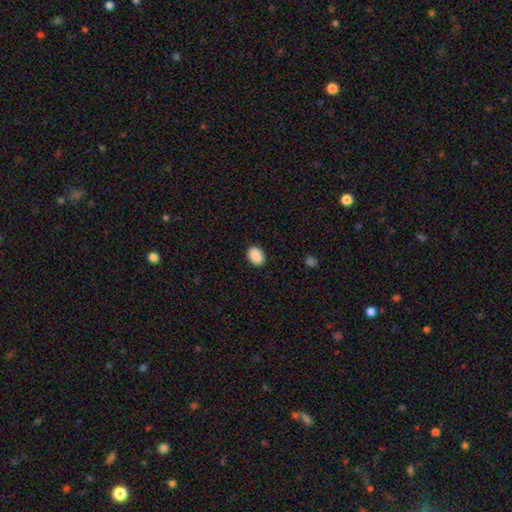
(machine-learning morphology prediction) A smooth galaxy with no disk features (90%) that is in between round and cigar-shaped (73%).

Vote fractions:
- Smooth or featured? smooth: 90% / star or artifact: 7% / featured or disk: 3%
- How rounded? in between: 73% / round: 26% / cigar-shaped: 1%
- Merging? none: 89% / minor disturbance: 8% / major disturbance: 2% / merger: 1%